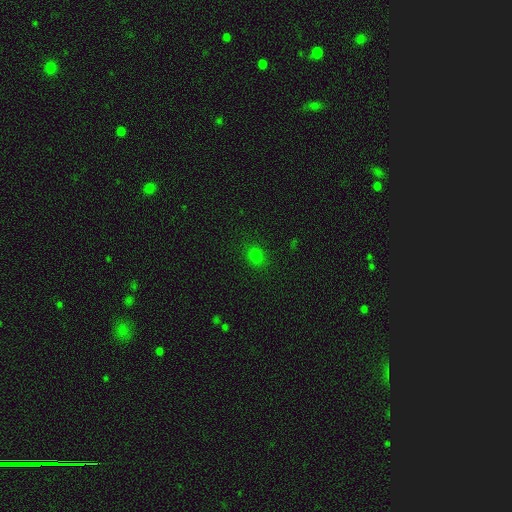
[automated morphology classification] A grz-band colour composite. It shows a smooth galaxy with no disk features (77%) that is round (64%). Merging: none (87%).